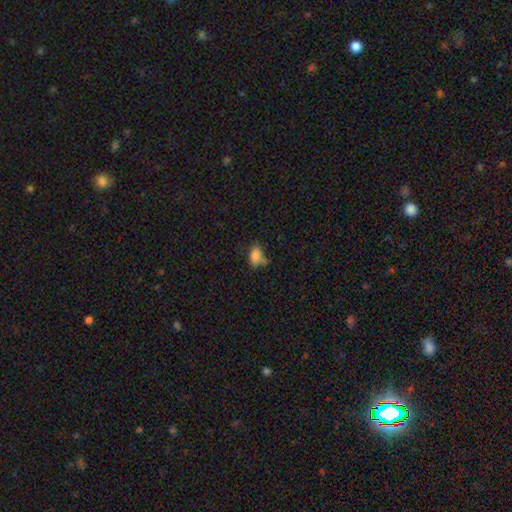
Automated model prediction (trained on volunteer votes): Q: Smooth or featured?
A: smooth (83%); runner-up: star or artifact (10%)
Q: How rounded?
A: in between (85%); runner-up: round (12%)
Q: Merging?
A: none (56%); runner-up: minor disturbance (23%)